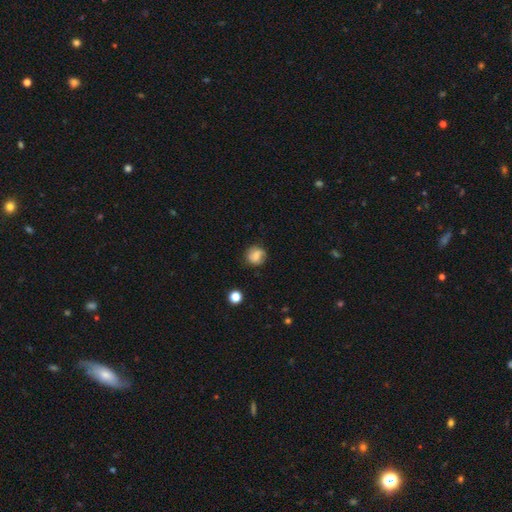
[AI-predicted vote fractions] The model was most divided on "smooth or featured": smooth: 67%, featured or disk: 22%, star or artifact: 10%. More confident: how rounded — round (84%); merging — none (76%).